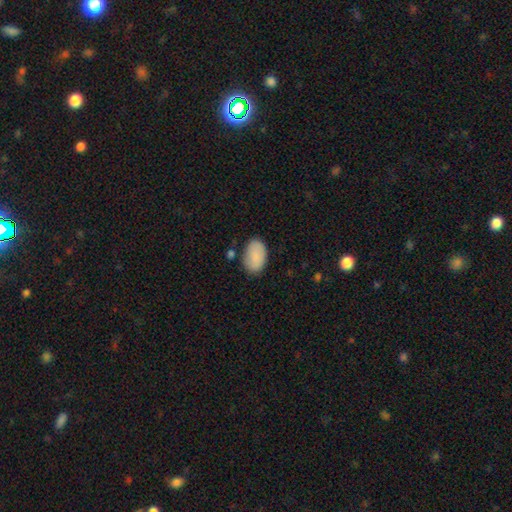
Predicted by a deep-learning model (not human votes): Smooth or featured?
  - smooth: 88% *
  - star or artifact: 7%
  - featured or disk: 6%
How rounded?
  - in between: 91% *
  - round: 8%
  - cigar-shaped: 1%
Merging?
  - none: 78% *
  - minor disturbance: 15%
  - major disturbance: 4%
  - merger: 3%